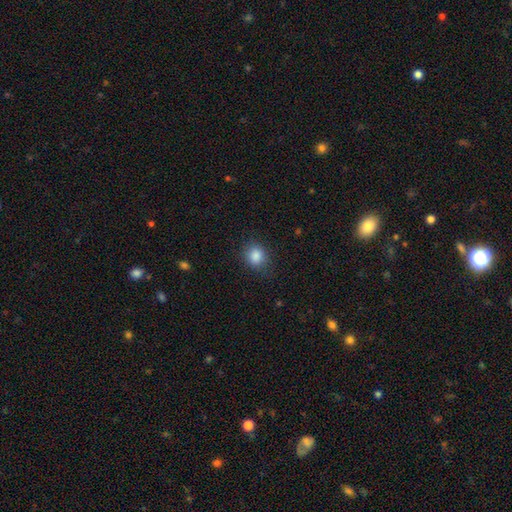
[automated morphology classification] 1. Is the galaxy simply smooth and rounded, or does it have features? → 86% smooth, 10% star or artifact, 4% featured or disk.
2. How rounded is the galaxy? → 67% round, 32% in between, 1% cigar-shaped.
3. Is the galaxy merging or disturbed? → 81% none, 14% minor disturbance, 4% major disturbance, 1% merger.